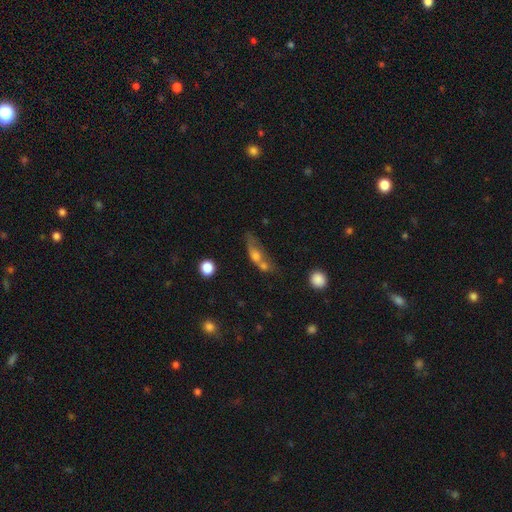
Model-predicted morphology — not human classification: smooth-or-featured: smooth: 59% | featured or disk: 30% | star or artifact: 11%
  how-rounded: in between: 56% | cigar-shaped: 29% | round: 15%
  merging: merger: 44% | none: 24% | minor disturbance: 16% | major disturbance: 15%